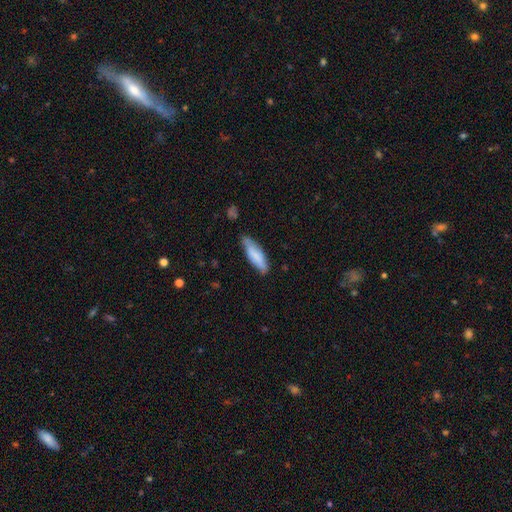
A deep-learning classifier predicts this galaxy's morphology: smooth-or-featured: smooth: 78% | featured or disk: 17% | star or artifact: 6%
  how-rounded: cigar-shaped: 58% | in between: 40% | round: 1%
  merging: none: 71% | minor disturbance: 23% | major disturbance: 4% | merger: 2%